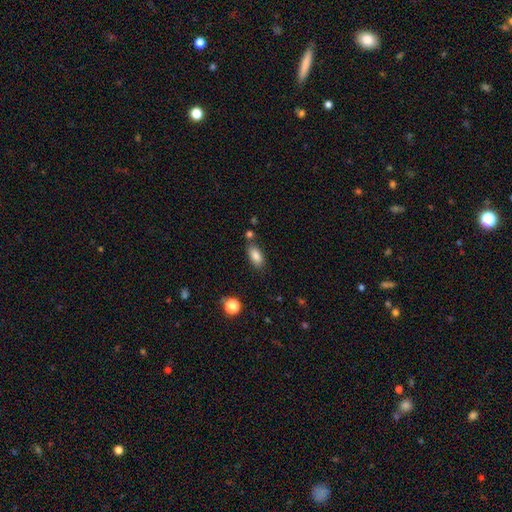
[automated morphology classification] smooth_or_featured: smooth (p=0.85) [alt: star or artifact p=0.08]
how_rounded: in between (p=0.88) [alt: cigar-shaped p=0.07]
merging: none (p=0.76) [alt: minor disturbance p=0.13]